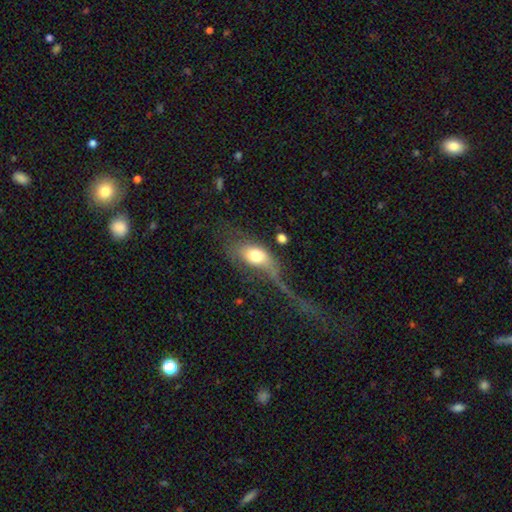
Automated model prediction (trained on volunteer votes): Smooth or featured?
  - smooth: 62% *
  - featured or disk: 30%
  - star or artifact: 8%
How rounded?
  - in between: 83% *
  - round: 11%
  - cigar-shaped: 6%
Merging?
  - major disturbance: 51% *
  - none: 24%
  - minor disturbance: 17%
  - merger: 9%